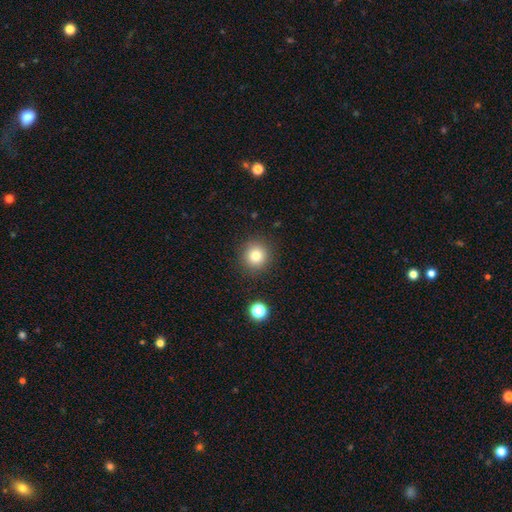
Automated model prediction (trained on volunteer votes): Smooth or featured? smooth (80%)
How rounded? round (92%)
Merging? none (89%)